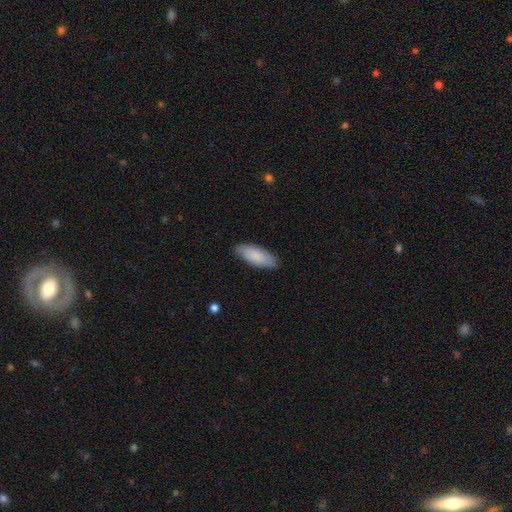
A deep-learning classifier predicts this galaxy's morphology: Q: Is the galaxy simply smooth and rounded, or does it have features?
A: smooth — 84%.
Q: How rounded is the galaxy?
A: in between — 80%.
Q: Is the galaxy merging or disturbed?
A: none — 83%.